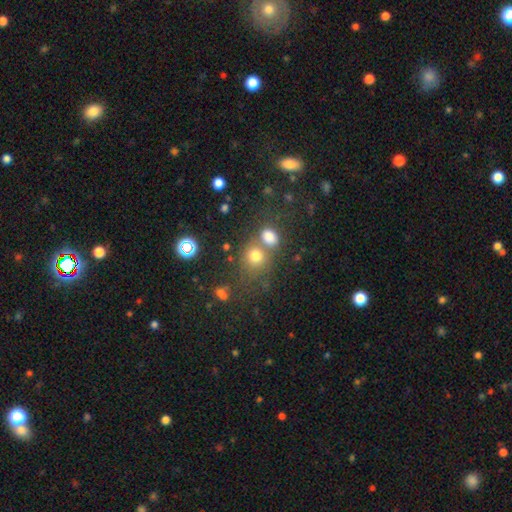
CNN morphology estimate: Smooth or featured: smooth — 73% (star or artifact — 17%)
How rounded: round — 67% (in between — 32%)
Merging: none — 45% (merger — 39%)